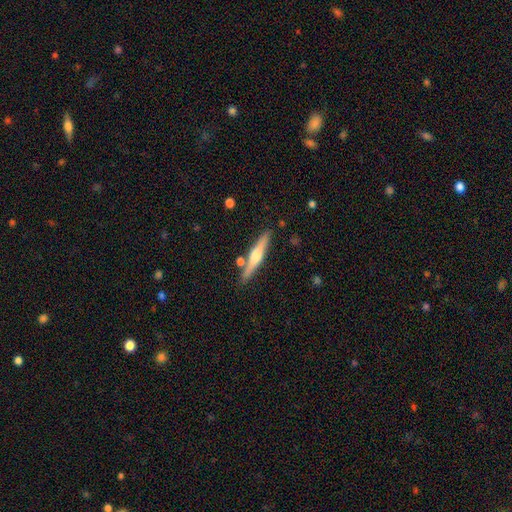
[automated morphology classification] type=featured or disk (65%); edge-on=yes (97%); edge-on bulge=rounded (88%); merging=none (85%).